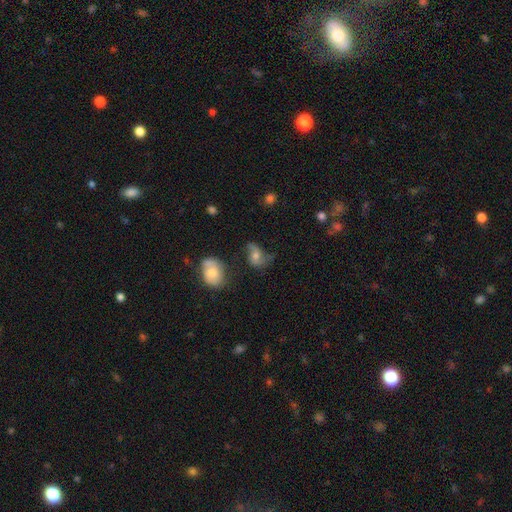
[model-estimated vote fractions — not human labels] This is possibly a featured or disk galaxy (48%). Merging: marginally none (40%).